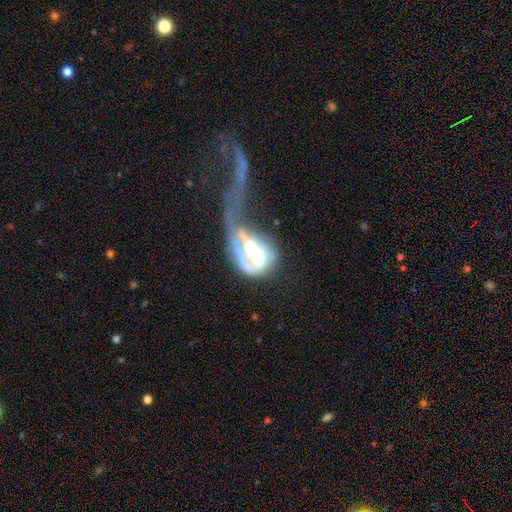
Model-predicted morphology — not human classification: A featured or disk galaxy (62%) with no bar (71%), no spiral arms (69%) and a moderate central bulge (49%). Merging: merger (48%).